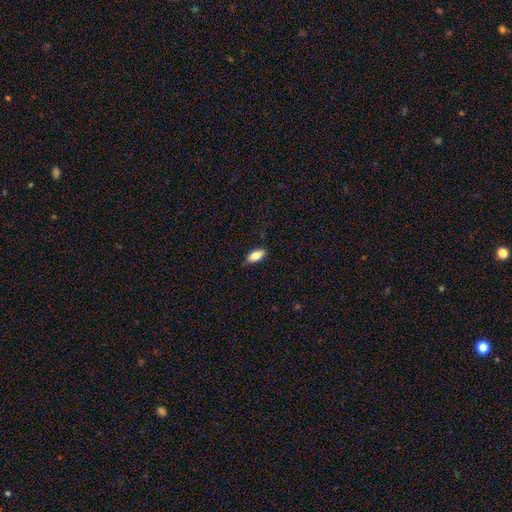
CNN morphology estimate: Smooth or featured?
  - smooth: 80% *
  - featured or disk: 14%
  - star or artifact: 7%
How rounded?
  - in between: 86% *
  - cigar-shaped: 12%
  - round: 3%
Merging?
  - none: 86% *
  - minor disturbance: 11%
  - major disturbance: 2%
  - merger: 1%